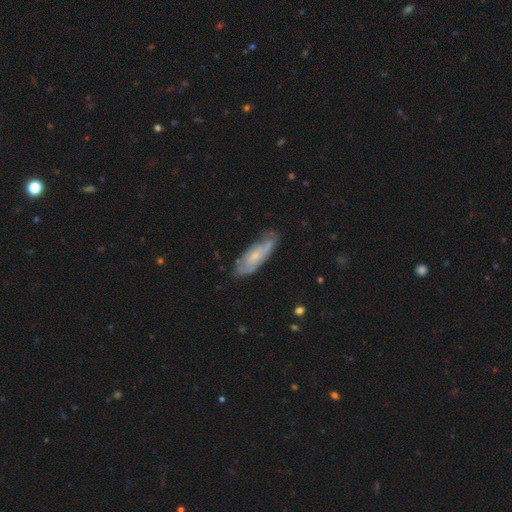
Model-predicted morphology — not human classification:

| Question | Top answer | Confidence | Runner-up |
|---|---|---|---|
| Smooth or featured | featured or disk | 57% | smooth (36%) |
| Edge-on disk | no | 77% | yes (23%) |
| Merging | none | 65% | minor disturbance (26%) |